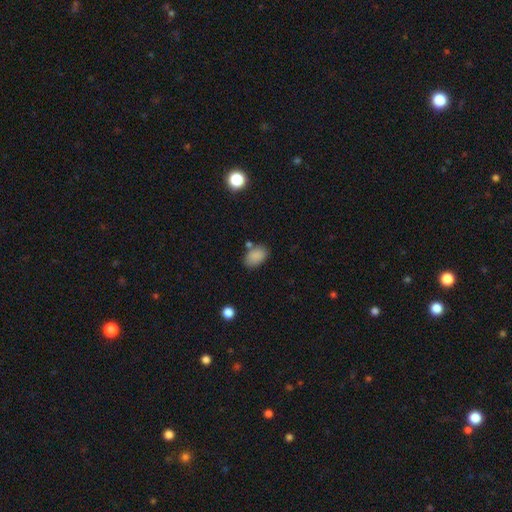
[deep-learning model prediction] This appears to be a smooth galaxy with no disk features (85%) that is in between round and cigar-shaped (87%). Merging: none (73%).